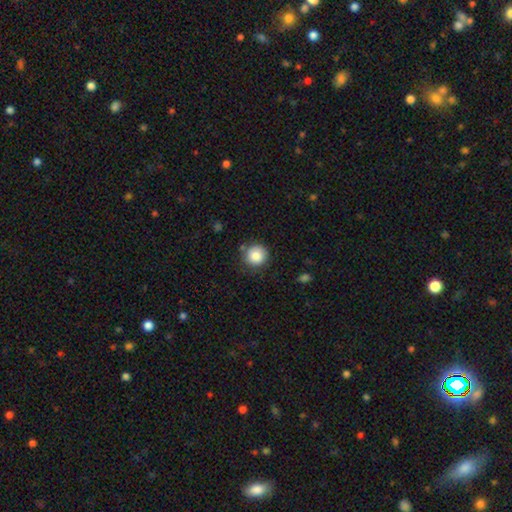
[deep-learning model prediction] Q: Smooth or featured?
A: smooth (84%); runner-up: star or artifact (9%)
Q: How rounded?
A: round (93%); runner-up: in between (6%)
Q: Merging?
A: none (82%); runner-up: minor disturbance (12%)